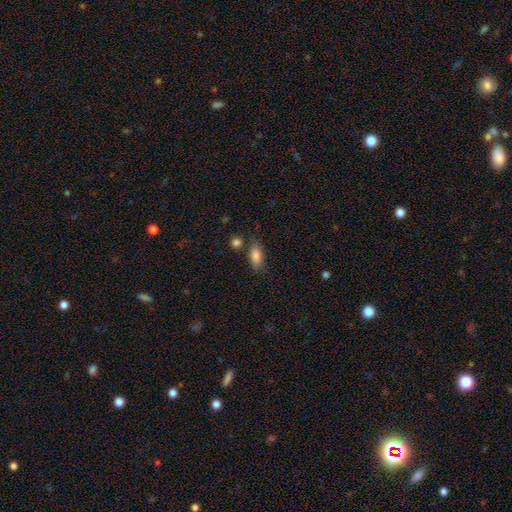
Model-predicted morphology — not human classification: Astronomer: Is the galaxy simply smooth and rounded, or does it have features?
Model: smooth — 84%.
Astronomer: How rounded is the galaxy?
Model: in between — 83%.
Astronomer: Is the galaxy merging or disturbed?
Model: none — 75%.